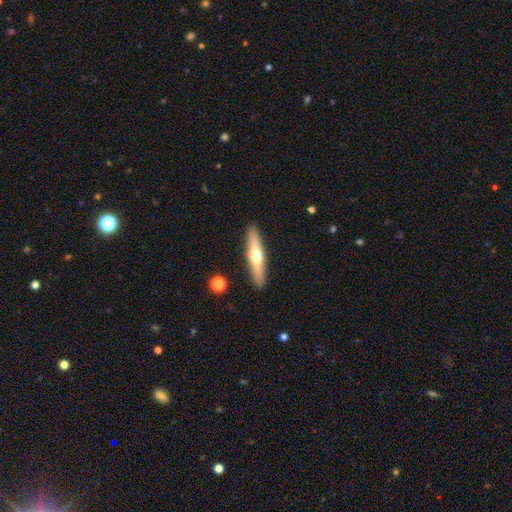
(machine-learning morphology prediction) smooth 48%, featured or disk 47%, star or artifact 5%. Down the decision tree: merging — none (91%).